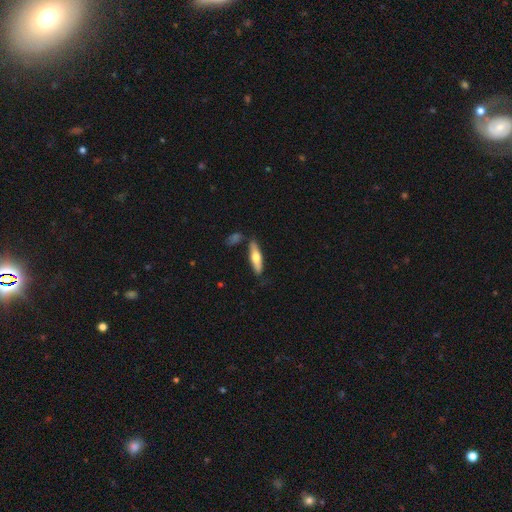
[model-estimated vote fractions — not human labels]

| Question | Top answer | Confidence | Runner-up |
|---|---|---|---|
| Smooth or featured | smooth | 57% | featured or disk (37%) |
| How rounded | cigar-shaped | 68% | in between (30%) |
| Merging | none | 77% | minor disturbance (14%) |